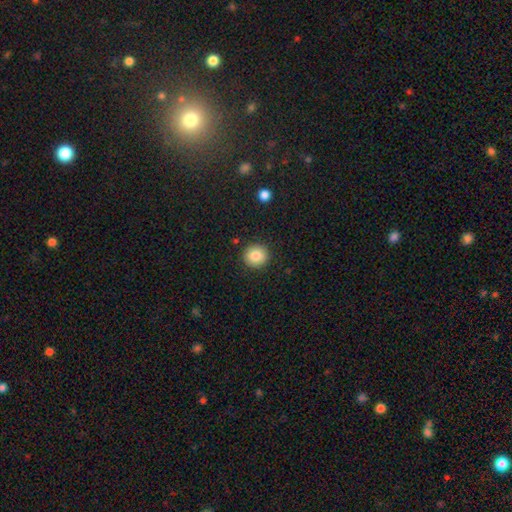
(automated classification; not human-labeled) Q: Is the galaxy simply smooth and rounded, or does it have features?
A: smooth — 85%.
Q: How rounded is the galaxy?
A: round — 91%.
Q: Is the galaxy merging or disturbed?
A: none — 90%.